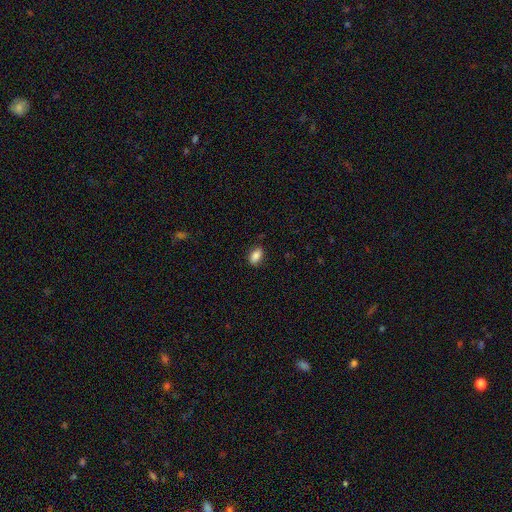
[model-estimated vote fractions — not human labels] A smooth galaxy with no disk features (87%) that is in between round and cigar-shaped (90%). Merging: none (84%).